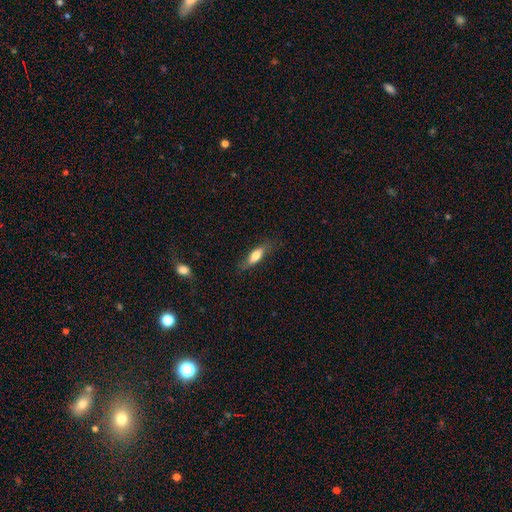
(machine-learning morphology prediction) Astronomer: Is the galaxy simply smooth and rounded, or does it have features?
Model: smooth — 71%.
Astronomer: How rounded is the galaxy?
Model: in between — 61% (runner-up: cigar-shaped, 36%).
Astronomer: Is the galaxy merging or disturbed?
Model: none — 75%.